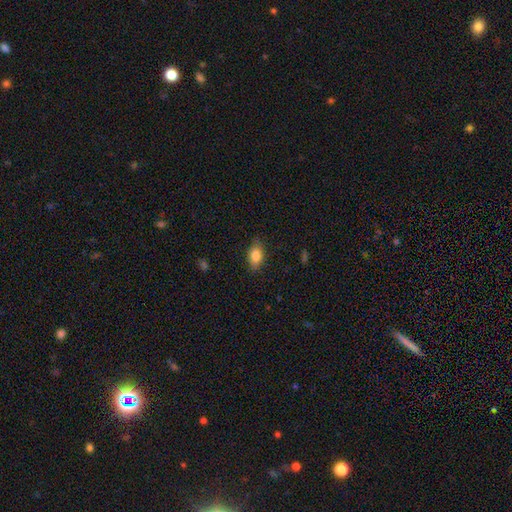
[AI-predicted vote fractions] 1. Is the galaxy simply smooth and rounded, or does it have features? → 82% smooth, 10% featured or disk, 8% star or artifact.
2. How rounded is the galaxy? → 85% in between, 11% round, 5% cigar-shaped.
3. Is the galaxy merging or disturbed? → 82% none, 14% minor disturbance, 3% major disturbance, 1% merger.